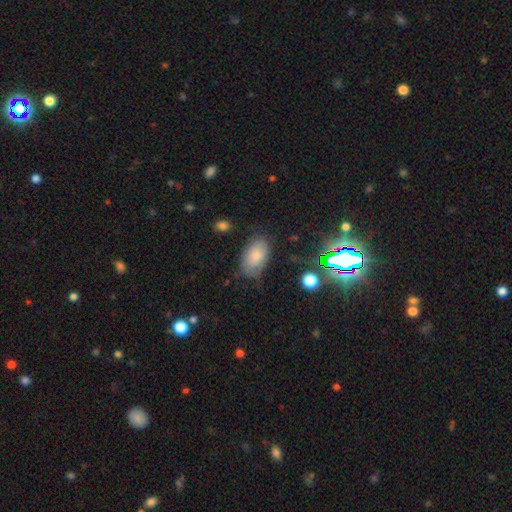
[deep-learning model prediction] smooth 75%, featured or disk 16%, star or artifact 9%. Down the decision tree: how rounded — in between (91%); merging — none (63%).